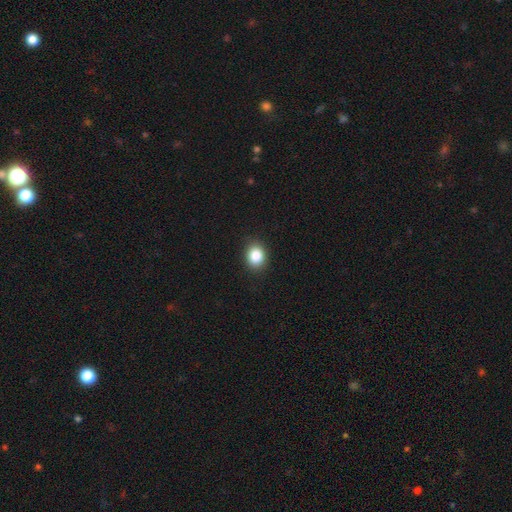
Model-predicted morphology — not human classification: The model was most divided on "how rounded": round: 57%, in between: 42%, cigar-shaped: 1%. More confident: merging — none (88%); smooth or featured — smooth (86%).